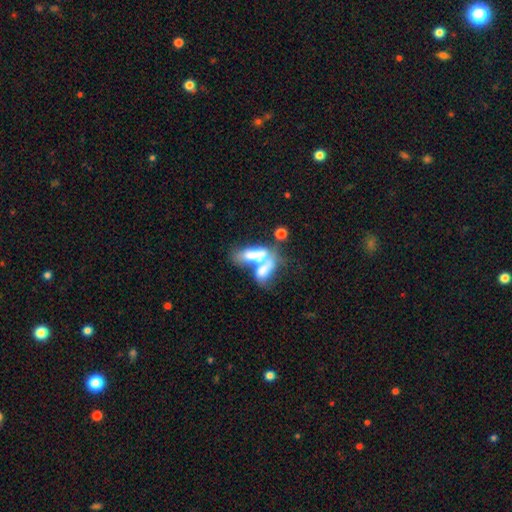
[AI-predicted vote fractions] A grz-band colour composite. It shows a smooth galaxy with no disk features (61%) that is in between round and cigar-shaped (74%). Merging: merger (71%).